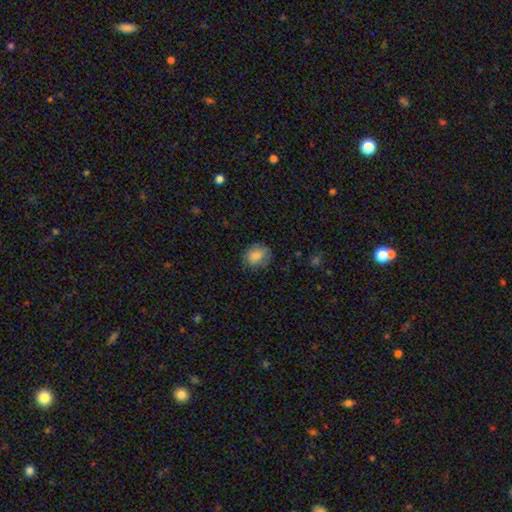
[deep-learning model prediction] Smooth or featured: smooth — 80% (featured or disk — 12%)
How rounded: round — 58% (in between — 41%)
Merging: none — 75% (minor disturbance — 19%)